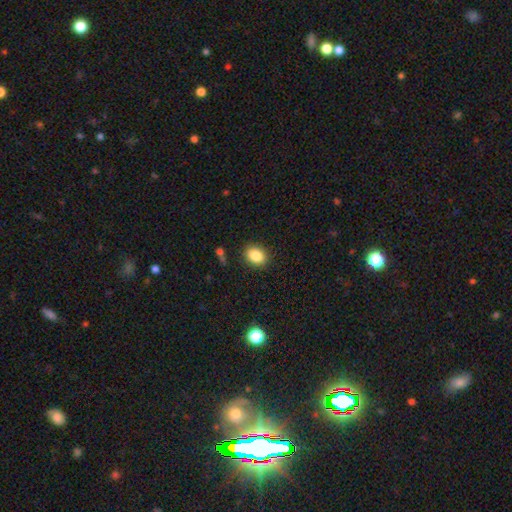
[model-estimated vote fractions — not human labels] Smooth or featured?
  - smooth: 86% *
  - star or artifact: 9%
  - featured or disk: 5%
How rounded?
  - in between: 68% *
  - round: 31%
  - cigar-shaped: 1%
Merging?
  - none: 87% *
  - minor disturbance: 9%
  - major disturbance: 3%
  - merger: 2%